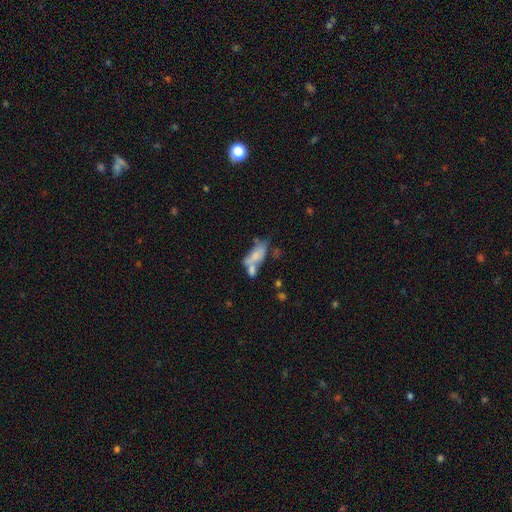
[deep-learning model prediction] A smooth galaxy with no disk features (61%) that is in between round and cigar-shaped (72%). Merging: merger (49%).